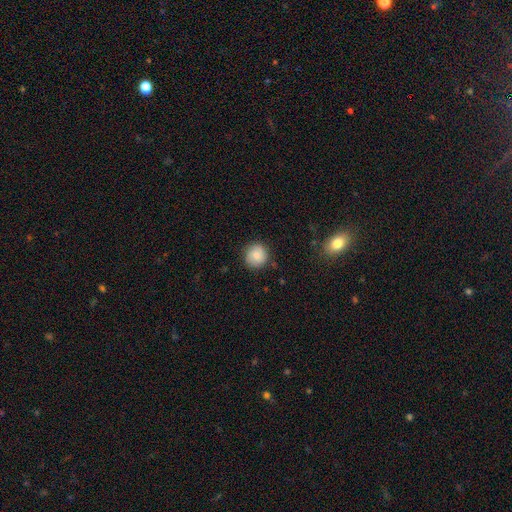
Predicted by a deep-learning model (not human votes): This is clearly a smooth galaxy (82%). How rounded: clearly round (90%). Merging: clearly none (85%).